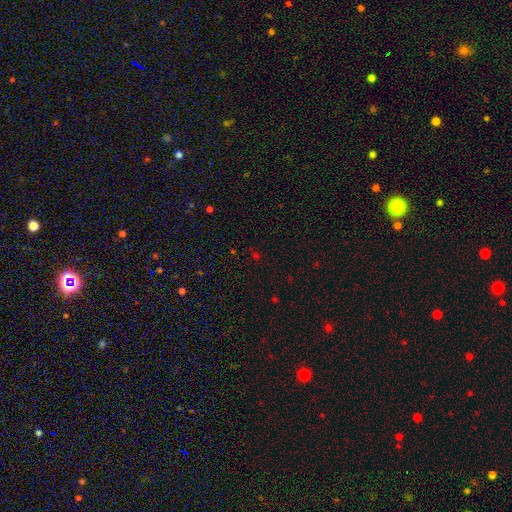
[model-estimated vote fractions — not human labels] A star or artifact, not a galaxy (59%).